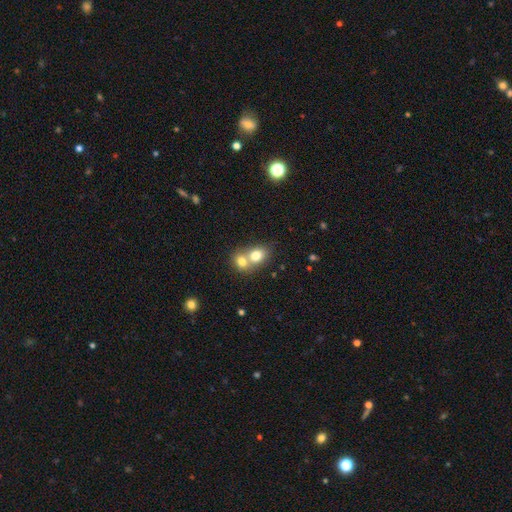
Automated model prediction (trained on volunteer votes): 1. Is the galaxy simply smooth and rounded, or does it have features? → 76% smooth, 14% featured or disk, 10% star or artifact.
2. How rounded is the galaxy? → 52% round, 47% in between, 1% cigar-shaped.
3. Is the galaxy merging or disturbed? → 67% merger, 25% none, 5% minor disturbance, 2% major disturbance.